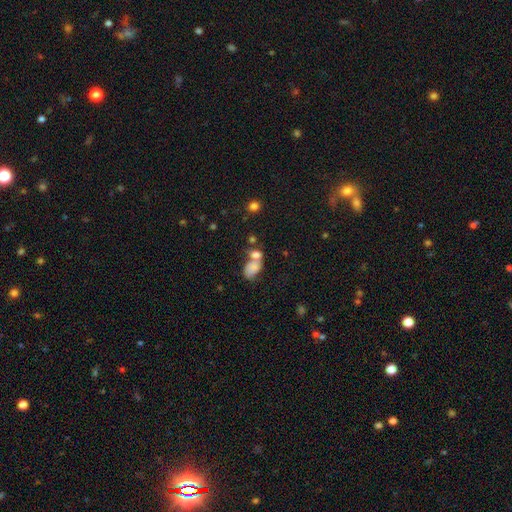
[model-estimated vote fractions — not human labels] Smooth or featured?
  - smooth: 76% *
  - featured or disk: 13%
  - star or artifact: 11%
How rounded?
  - in between: 82% *
  - round: 16%
  - cigar-shaped: 2%
Merging?
  - merger: 53% *
  - none: 27%
  - minor disturbance: 12%
  - major disturbance: 8%